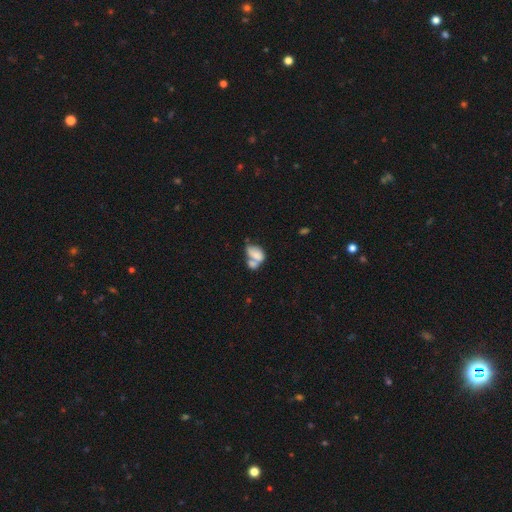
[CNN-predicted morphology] A smooth galaxy with no disk features (68%) that is in between round and cigar-shaped (86%).

Vote fractions:
- Smooth or featured? smooth: 68% / featured or disk: 23% / star or artifact: 8%
- How rounded? in between: 86% / round: 12% / cigar-shaped: 2%
- Merging? merger: 65% / none: 15% / minor disturbance: 10% / major disturbance: 9%